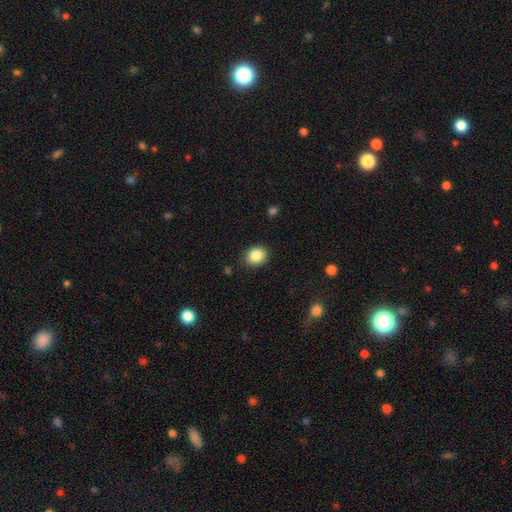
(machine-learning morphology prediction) type=smooth (87%); roundness=round (63%); merging=none (88%).